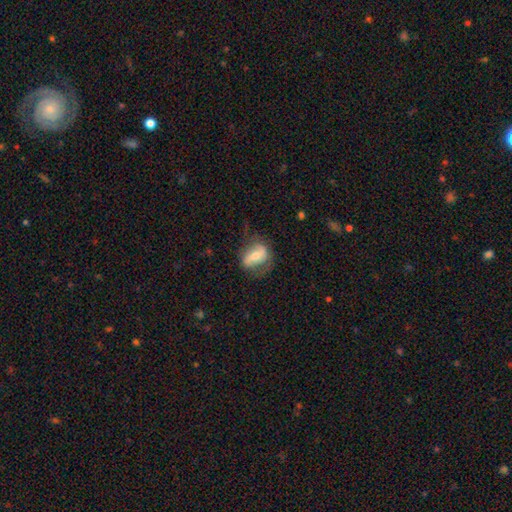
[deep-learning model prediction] This appears to be a featured or disk galaxy (49%). Merging: none (62%).